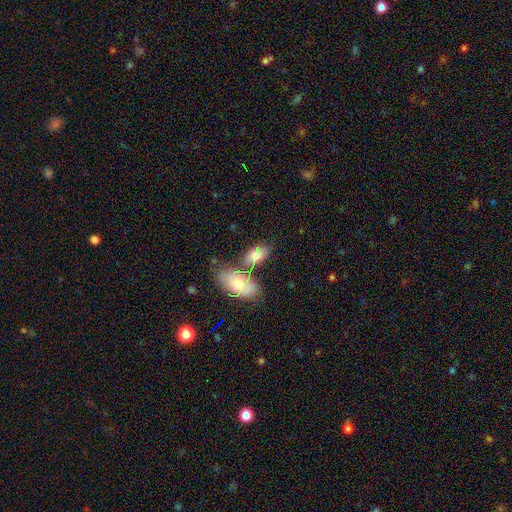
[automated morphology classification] Overall: smooth (67%). How rounded: in between (89%). Merging: none (54%; merger 23%).